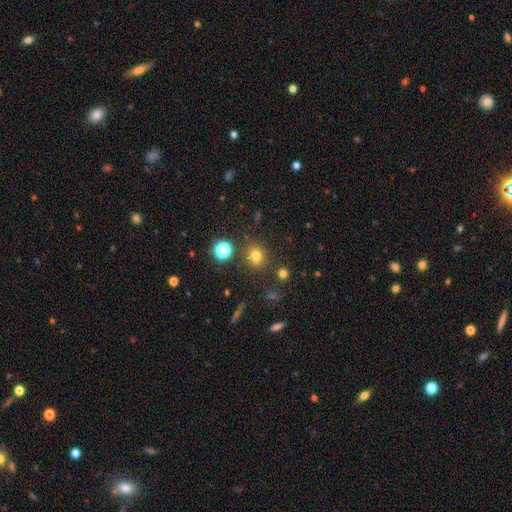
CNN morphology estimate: Smooth or featured? smooth (72%)
How rounded? round (82%)
Merging? none (81%)